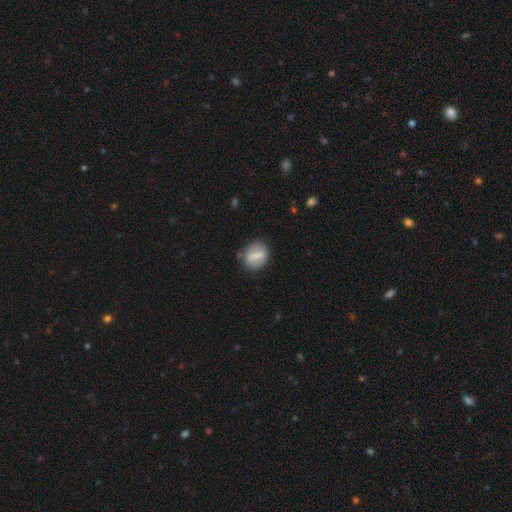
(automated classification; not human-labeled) This appears to be a smooth galaxy with no disk features (56%) that is round (48%). Merging: none (77%).